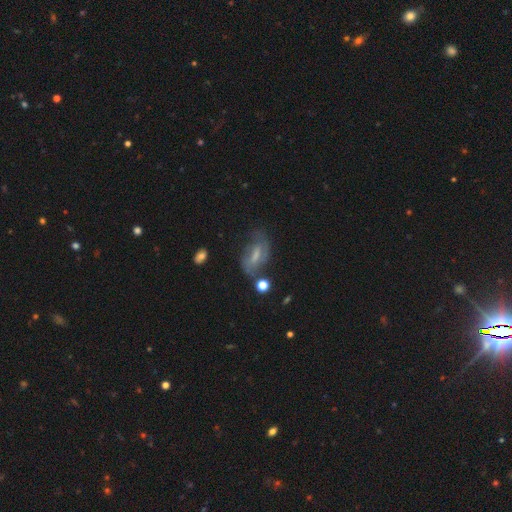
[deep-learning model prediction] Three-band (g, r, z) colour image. It shows a featured or disk galaxy (56%) with a weak bar (50%), spiral arms (73%) and a small central bulge (37%). Merging: none (54%).